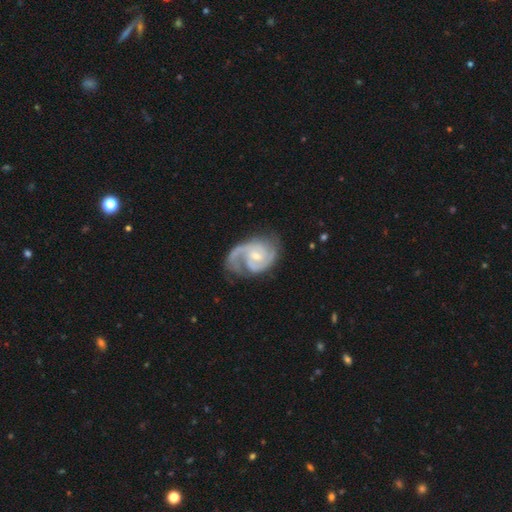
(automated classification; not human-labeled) smooth-or-featured: featured or disk: 89% | smooth: 6% | star or artifact: 4%
  disk-edge-on: no: 98% | yes: 2%
    bar: no: 46% | weak: 45% | strong: 9%
    has-spiral-arms: yes: 97% | no: 3%
      spiral-winding: medium: 49% | tight: 34% | loose: 17%
      spiral-arm-count: 2: 64% | 1: 11% | 3: 11% | can't tell: 8% | 4: 3% | more than 4: 2%
    bulge-size: small: 55% | moderate: 40% | none: 2% | large: 2% | dominant: 1%
  merging: none: 53% | minor disturbance: 23% | major disturbance: 21% | merger: 3%